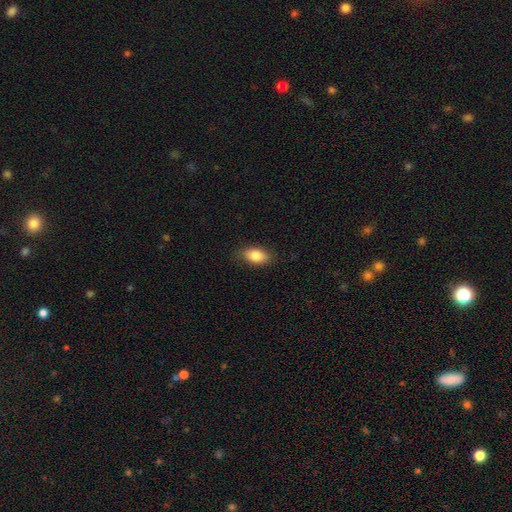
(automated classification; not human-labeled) This appears to be a smooth galaxy with no disk features (84%) that is in between round and cigar-shaped (90%). Merging: none (85%).